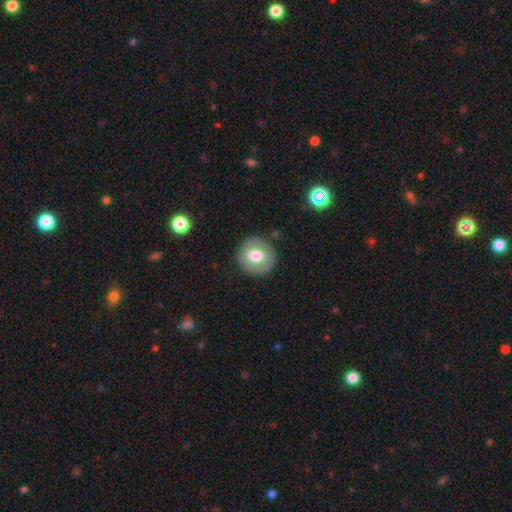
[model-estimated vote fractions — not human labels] Morphology: type=smooth (66%); roundness=round (91%); merging=none (88%).